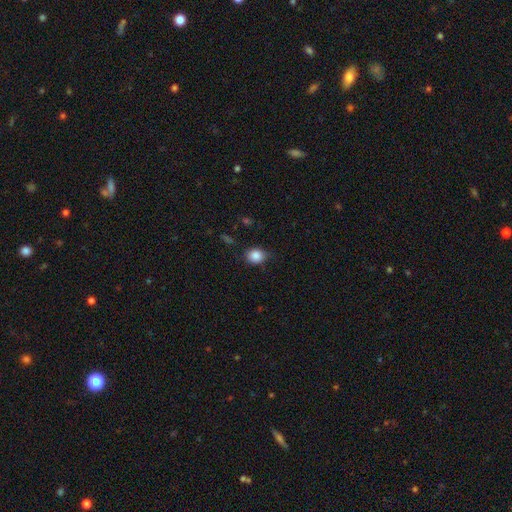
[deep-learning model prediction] Smooth or featured? smooth (86%)
How rounded? round (65%)
Merging? none (69%)